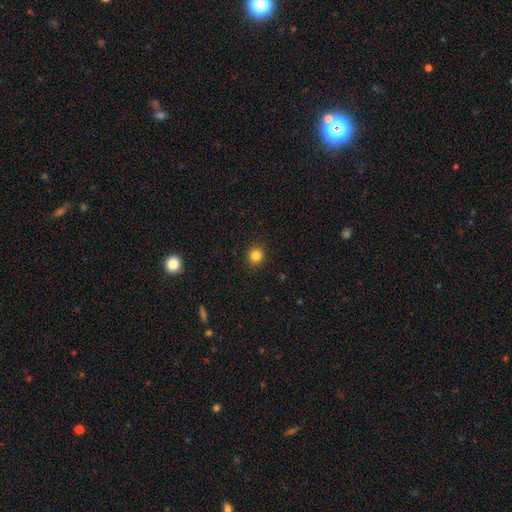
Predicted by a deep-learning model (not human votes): Smooth or featured? smooth (84%)
How rounded? round (91%)
Merging? none (92%)